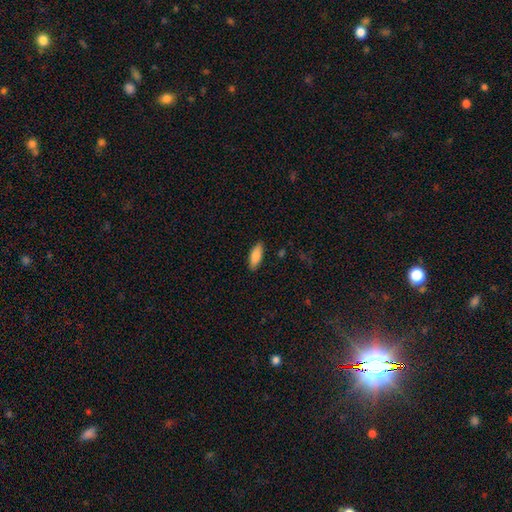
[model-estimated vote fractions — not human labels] smooth 83%, featured or disk 11%, star or artifact 6%. Down the decision tree: how rounded — in between (68%); merging — none (87%).